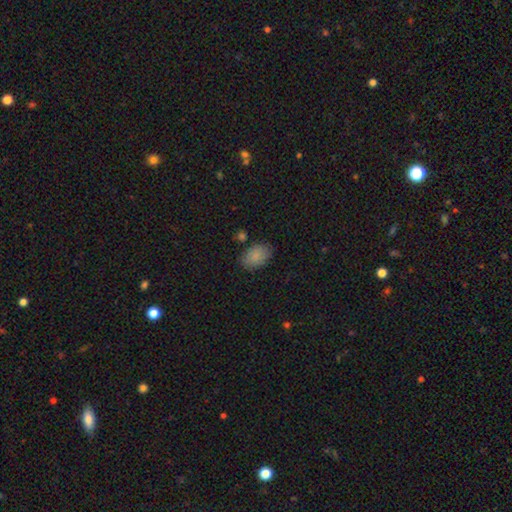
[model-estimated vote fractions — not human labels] Smooth or featured? smooth (86%)
How rounded? in between (88%)
Merging? none (79%)